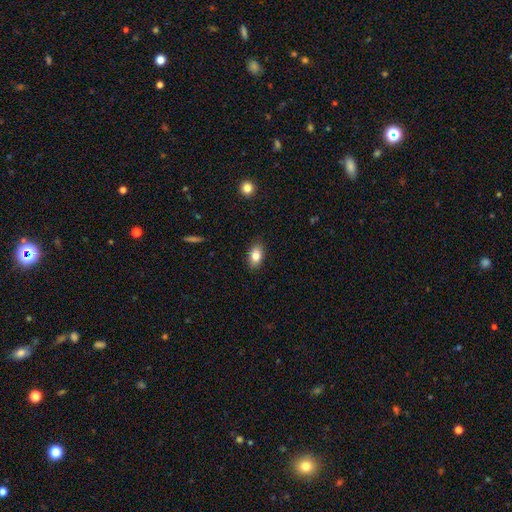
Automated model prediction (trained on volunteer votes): smooth_or_featured: smooth (p=0.82) [alt: featured or disk p=0.09]
how_rounded: in between (p=0.88) [alt: round p=0.10]
merging: none (p=0.88) [alt: minor disturbance p=0.09]